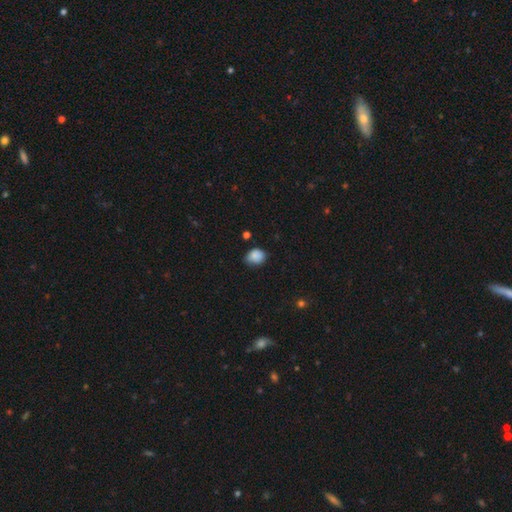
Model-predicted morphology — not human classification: This is clearly a smooth galaxy (86%). How rounded: possibly round (52%). Merging: likely none (65%).